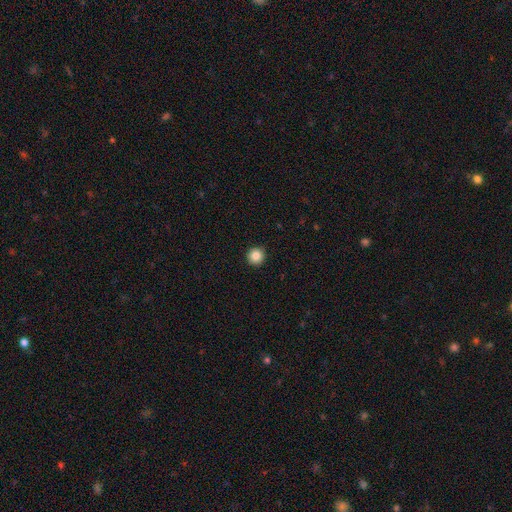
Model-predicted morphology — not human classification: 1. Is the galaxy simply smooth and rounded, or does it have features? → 85% smooth, 10% star or artifact, 5% featured or disk.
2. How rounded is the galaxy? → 96% round, 3% in between, 1% cigar-shaped.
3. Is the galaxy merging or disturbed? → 93% none, 5% minor disturbance, 1% major disturbance, 1% merger.